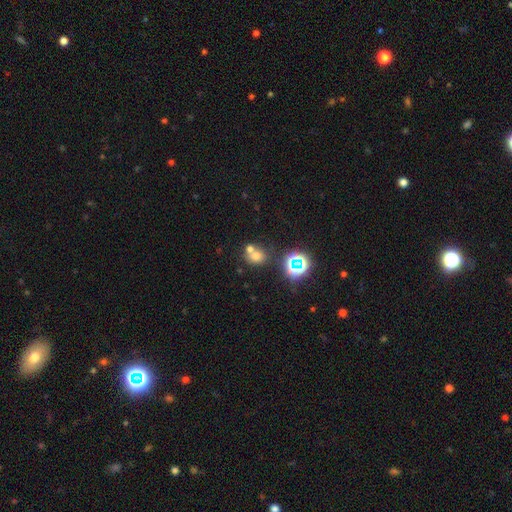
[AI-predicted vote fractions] Q: Smooth or featured?
A: smooth (62%); runner-up: star or artifact (26%)
Q: How rounded?
A: round (71%); runner-up: in between (28%)
Q: Merging?
A: none (50%); runner-up: merger (36%)